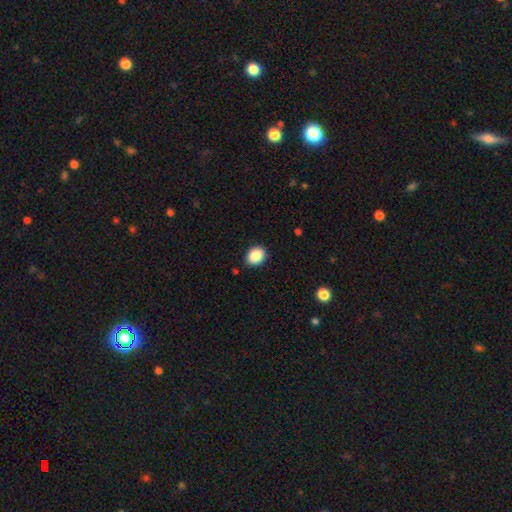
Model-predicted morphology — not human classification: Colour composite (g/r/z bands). It shows a smooth galaxy with no disk features (87%) that is in between round and cigar-shaped (52%). Merging: none (88%).